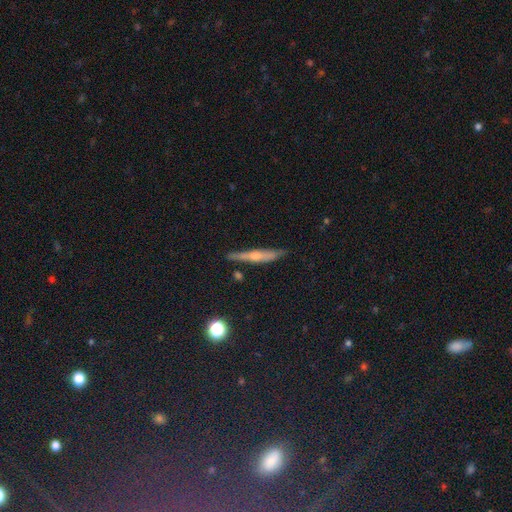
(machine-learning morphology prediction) Smooth or featured? Predicted: featured or disk (p=0.59). Edge-on disk? Predicted: yes (p=0.93). Edge-on bulge? Predicted: rounded (p=0.74). Merging? Predicted: none (p=0.83).